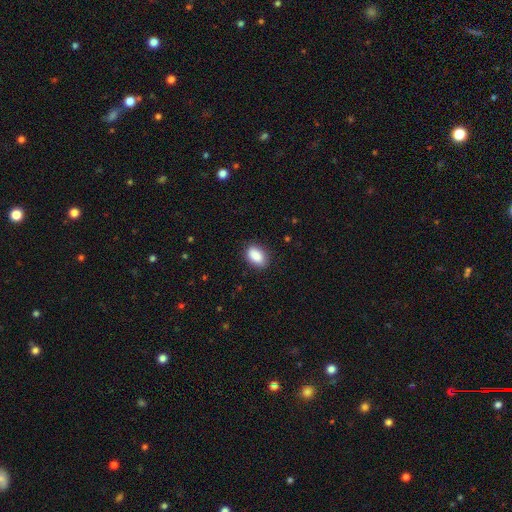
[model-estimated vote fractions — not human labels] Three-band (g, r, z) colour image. It shows a smooth galaxy with no disk features (88%) that is in between round and cigar-shaped (88%). Merging: none (87%).